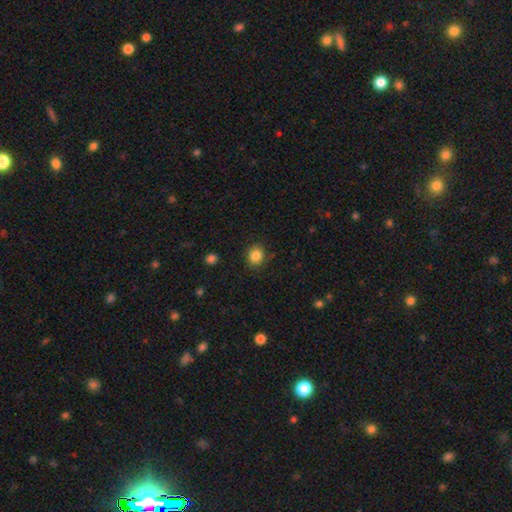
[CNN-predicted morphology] Overall: smooth (85%). How rounded: round (80%). Merging: none (86%).